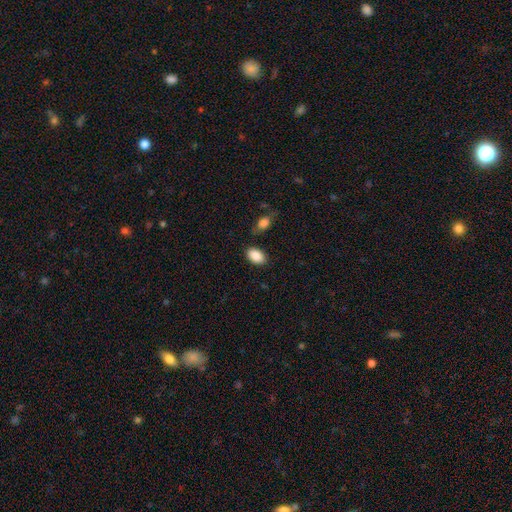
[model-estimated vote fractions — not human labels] The model was most divided on "merging": none: 82%, minor disturbance: 11%, merger: 4%, major disturbance: 3%. More confident: how rounded — in between (90%); smooth or featured — smooth (89%).